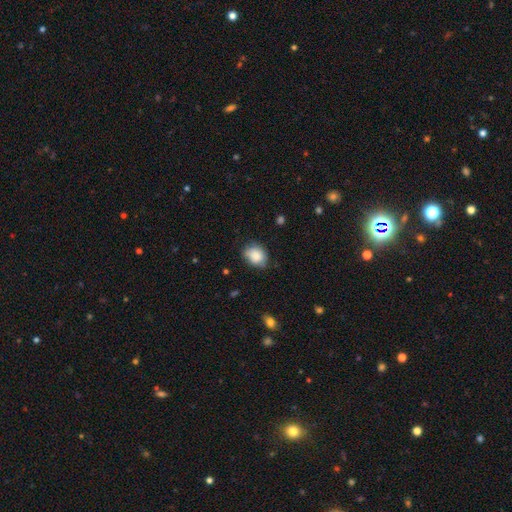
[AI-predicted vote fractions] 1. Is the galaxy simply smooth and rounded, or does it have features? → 83% smooth, 9% featured or disk, 8% star or artifact.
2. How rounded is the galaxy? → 53% in between, 46% round, 1% cigar-shaped.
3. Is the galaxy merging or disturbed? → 66% none, 27% minor disturbance, 5% major disturbance, 2% merger.